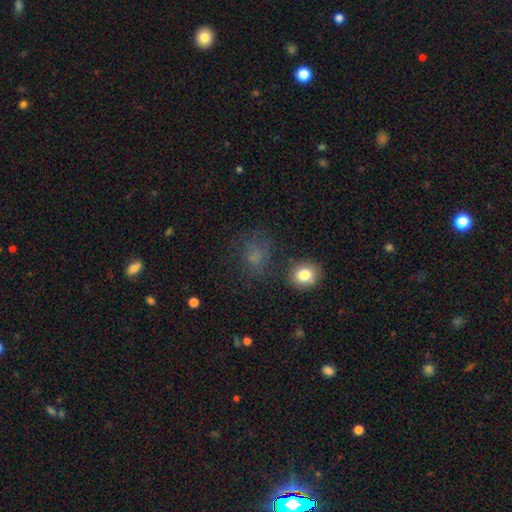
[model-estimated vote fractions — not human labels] Smooth or featured?
  - smooth: 60% *
  - star or artifact: 26%
  - featured or disk: 14%
How rounded?
  - round: 60% *
  - in between: 38%
  - cigar-shaped: 2%
Merging?
  - none: 62% *
  - minor disturbance: 18%
  - major disturbance: 15%
  - merger: 5%